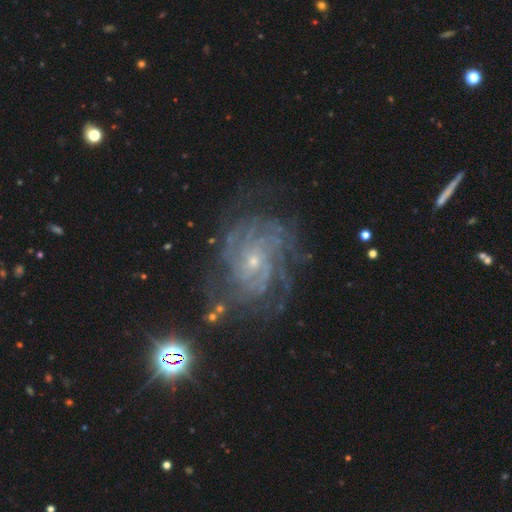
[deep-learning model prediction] The model was most divided on "spiral arm count": can't tell: 31%, 4: 19%, 3: 15%, more than 4: 14%, 2: 13%, 1: 8%. More confident: edge-on disk — no (97%); spiral arms — yes (96%); smooth or featured — featured or disk (86%); bulge size — small (79%); merging — none (68%); spiral winding — tight (65%); bar — no (62%).